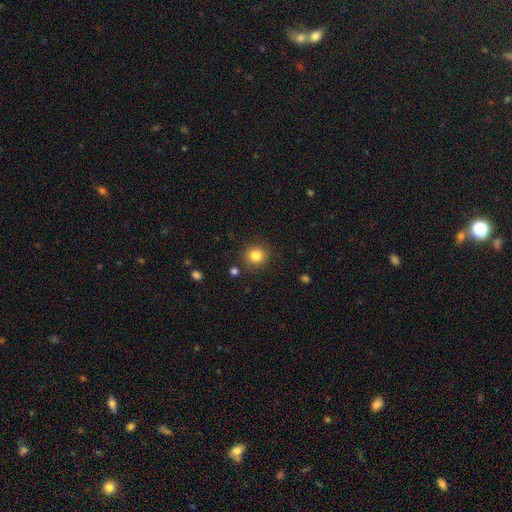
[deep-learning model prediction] Q: Smooth or featured?
A: smooth (83%); runner-up: star or artifact (11%)
Q: How rounded?
A: round (91%); runner-up: in between (8%)
Q: Merging?
A: none (88%); runner-up: minor disturbance (7%)